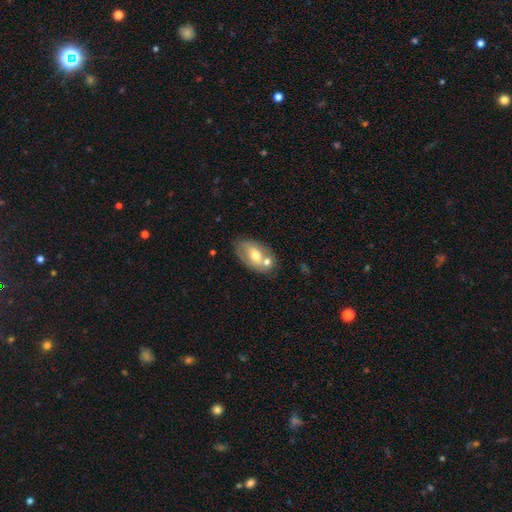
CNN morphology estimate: A smooth galaxy with no disk features (53%) that is in between round and cigar-shaped (88%).

Vote fractions:
- Smooth or featured? smooth: 53% / featured or disk: 40% / star or artifact: 7%
- How rounded? in between: 88% / round: 10% / cigar-shaped: 2%
- Merging? none: 53% / merger: 27% / minor disturbance: 16% / major disturbance: 5%